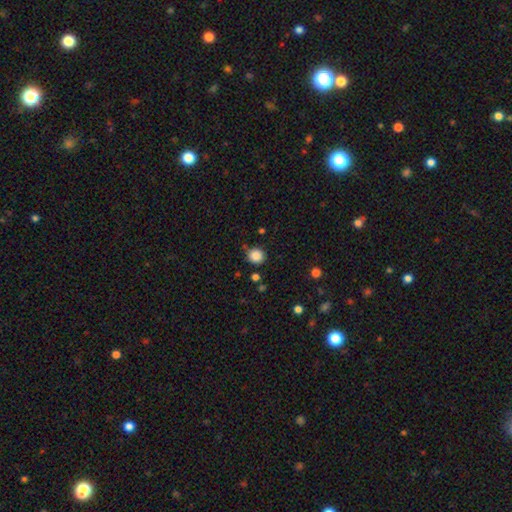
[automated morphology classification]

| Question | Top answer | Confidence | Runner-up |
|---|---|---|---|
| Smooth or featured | smooth | 87% | star or artifact (10%) |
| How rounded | round | 87% | in between (12%) |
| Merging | none | 81% | minor disturbance (12%) |